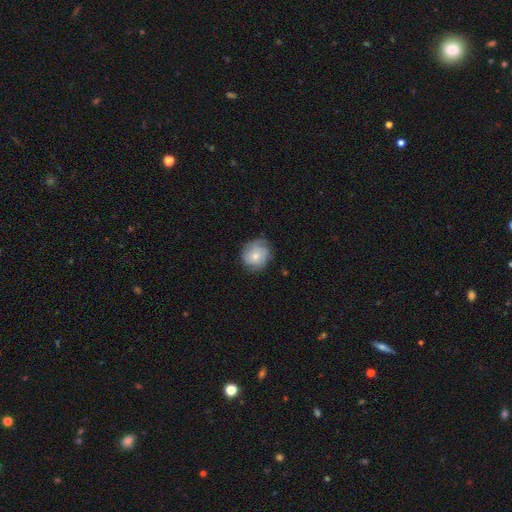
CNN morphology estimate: Smooth or featured? Predicted: smooth (p=0.62). How rounded? Predicted: round (p=0.83). Merging? Predicted: none (p=0.72).